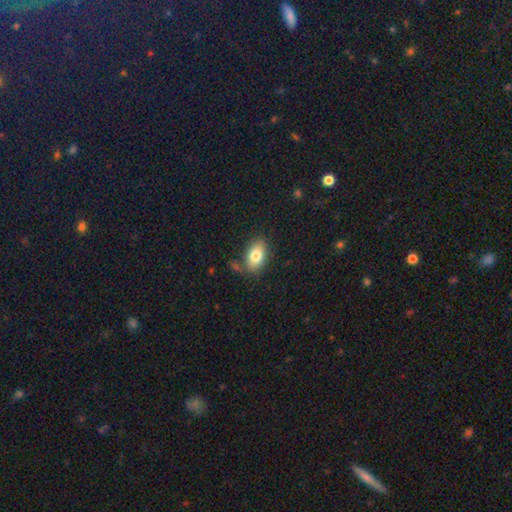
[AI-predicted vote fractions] Smooth or featured: smooth — 81% (featured or disk — 11%)
How rounded: in between — 87% (round — 11%)
Merging: none — 75% (minor disturbance — 15%)